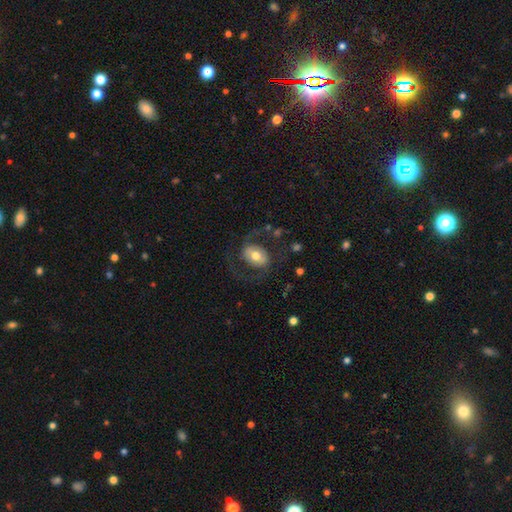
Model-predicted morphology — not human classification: smooth_or_featured: featured or disk (p=0.53) [alt: smooth p=0.40]
disk_edge_on: no (p=0.96) [alt: yes p=0.04]
bar: no (p=0.47) [alt: weak p=0.33]
has_spiral_arms: yes (p=0.69) [alt: no p=0.31]
bulge_size: moderate (p=0.69) [alt: large p=0.16]
merging: none (p=0.65) [alt: major disturbance p=0.19]